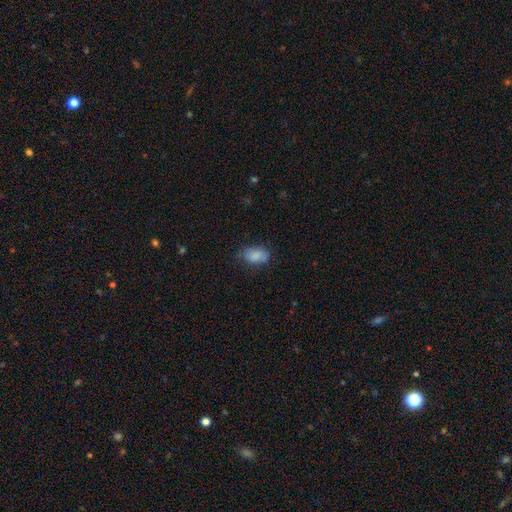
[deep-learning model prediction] This appears to be a smooth galaxy with no disk features (85%) that is in between round and cigar-shaped (90%). Merging: none (68%).